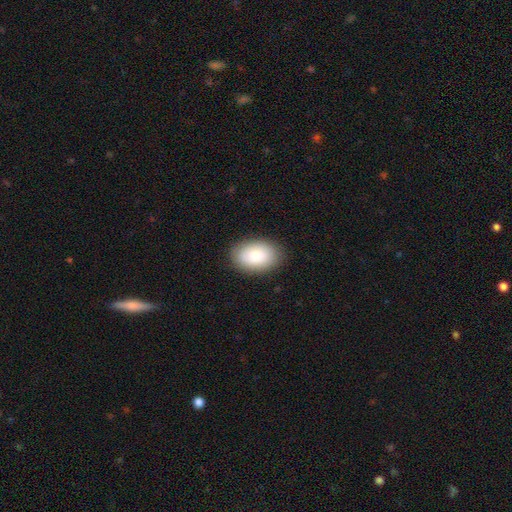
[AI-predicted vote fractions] Smooth or featured? smooth (84%)
How rounded? in between (84%)
Merging? none (87%)